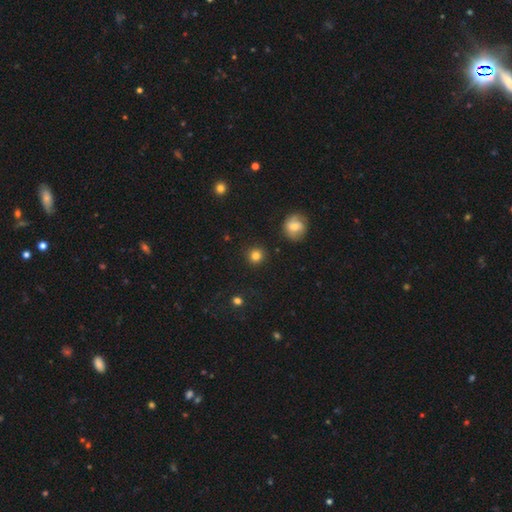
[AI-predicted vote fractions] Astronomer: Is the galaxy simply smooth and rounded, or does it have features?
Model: smooth — 84%.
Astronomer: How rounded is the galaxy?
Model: round — 93%.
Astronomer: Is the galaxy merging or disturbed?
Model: none — 90%.